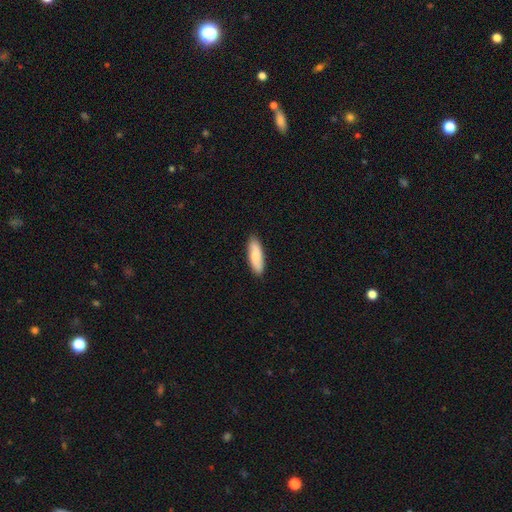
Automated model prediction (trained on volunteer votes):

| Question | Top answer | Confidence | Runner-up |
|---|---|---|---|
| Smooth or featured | smooth | 78% | featured or disk (17%) |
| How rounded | in between | 51% | cigar-shaped (47%) |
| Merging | none | 88% | minor disturbance (9%) |